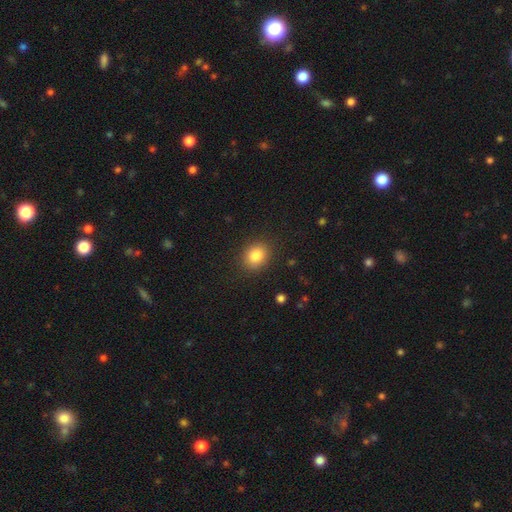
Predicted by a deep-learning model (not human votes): A smooth galaxy with no disk features (85%) that is round (61%). Merging: none (88%).